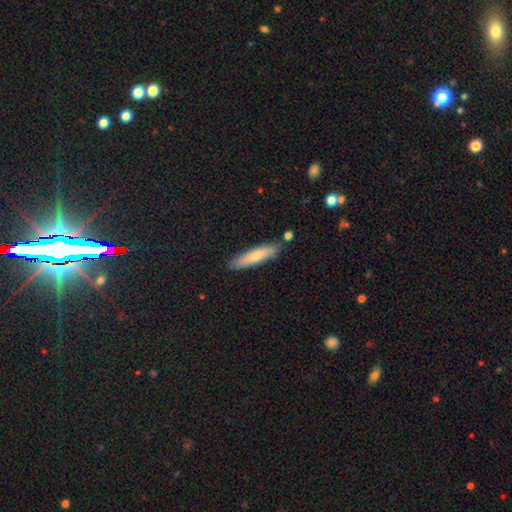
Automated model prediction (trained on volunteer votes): Smooth or featured?
  - smooth: 72% *
  - featured or disk: 22%
  - star or artifact: 6%
How rounded?
  - cigar-shaped: 82% *
  - in between: 17%
  - round: 1%
Merging?
  - none: 83% *
  - minor disturbance: 11%
  - merger: 4%
  - major disturbance: 2%